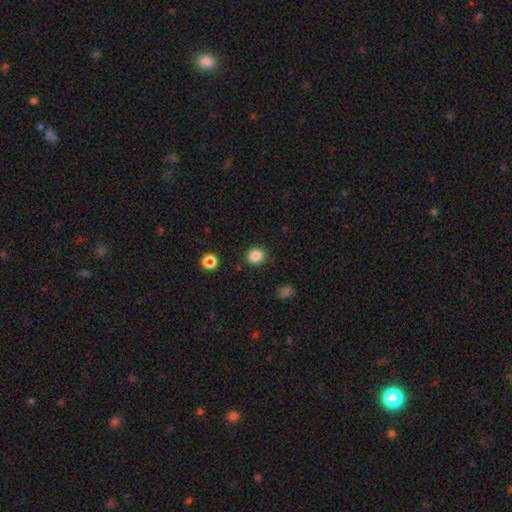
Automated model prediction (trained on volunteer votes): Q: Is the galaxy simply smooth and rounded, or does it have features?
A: smooth — 86%.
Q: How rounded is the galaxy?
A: round — 84%.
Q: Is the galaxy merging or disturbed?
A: none — 88%.